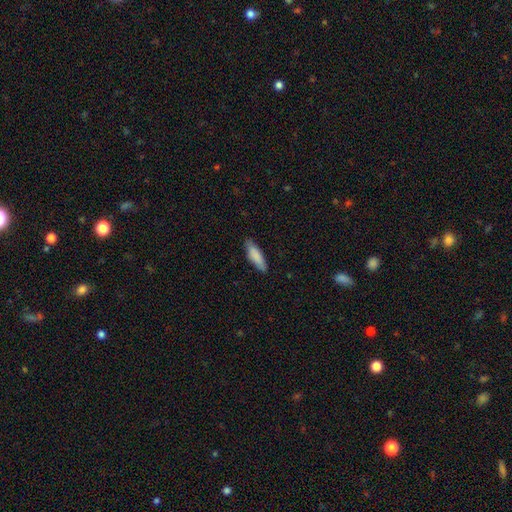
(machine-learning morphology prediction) A smooth galaxy with no disk features (85%) that is cigar-shaped (53%). Merging: none (80%).